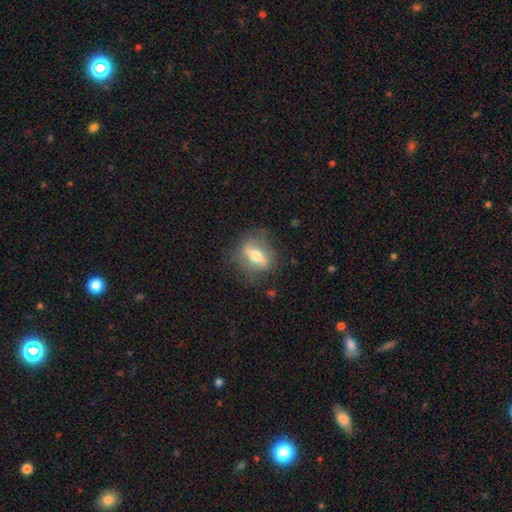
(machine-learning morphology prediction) Smooth or featured? Predicted: featured or disk (p=0.58). Edge-on disk? Predicted: no (p=0.71). Merging? Predicted: none (p=0.74).